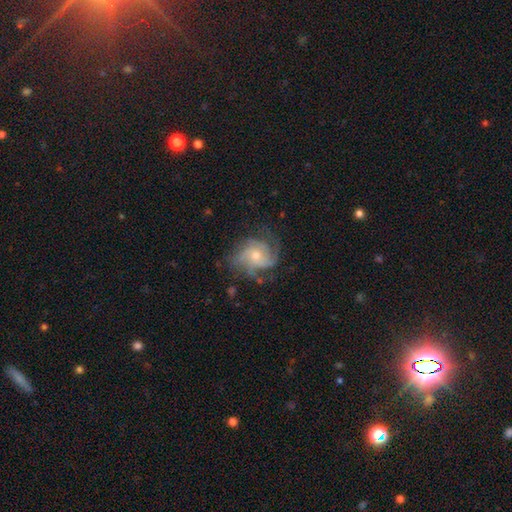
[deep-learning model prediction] Smooth or featured: featured or disk — 82% (smooth — 11%)
Edge-on disk: no — 98% (yes — 2%)
Bar: no — 73% (weak — 23%)
Spiral arms: yes — 95% (no — 5%)
Spiral winding: medium — 44% (tight — 42%)
Spiral arm count: 3 — 37% (can't tell — 21%)
Bulge size: moderate — 53% (small — 41%)
Merging: none — 65% (minor disturbance — 21%)